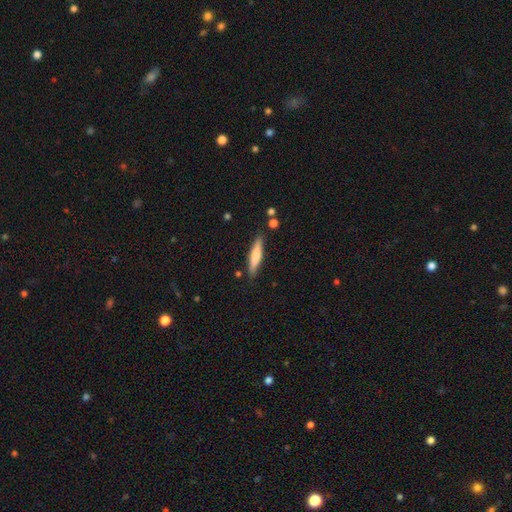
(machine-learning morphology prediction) The model was most divided on "smooth or featured": smooth: 62%, featured or disk: 32%, star or artifact: 6%. More confident: merging — none (85%); how rounded — cigar-shaped (84%).